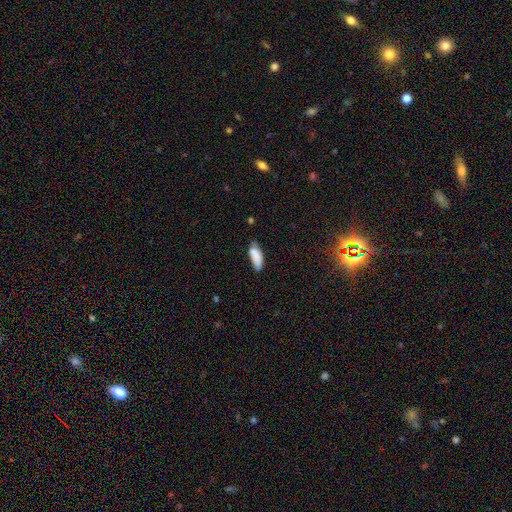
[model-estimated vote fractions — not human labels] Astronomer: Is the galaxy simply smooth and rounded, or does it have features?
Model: smooth — 82%.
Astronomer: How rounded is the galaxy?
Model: in between — 74%.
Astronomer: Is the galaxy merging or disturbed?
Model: none — 50% (runner-up: minor disturbance, 35%).